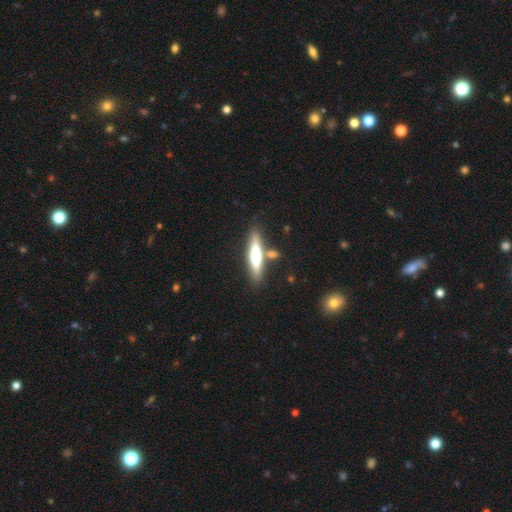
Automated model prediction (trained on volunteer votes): A smooth galaxy with no disk features (50%) that is cigar-shaped (82%).

Vote fractions:
- Smooth or featured? smooth: 50% / featured or disk: 43% / star or artifact: 6%
- How rounded? cigar-shaped: 82% / in between: 16% / round: 2%
- Merging? none: 72% / minor disturbance: 13% / merger: 12% / major disturbance: 4%